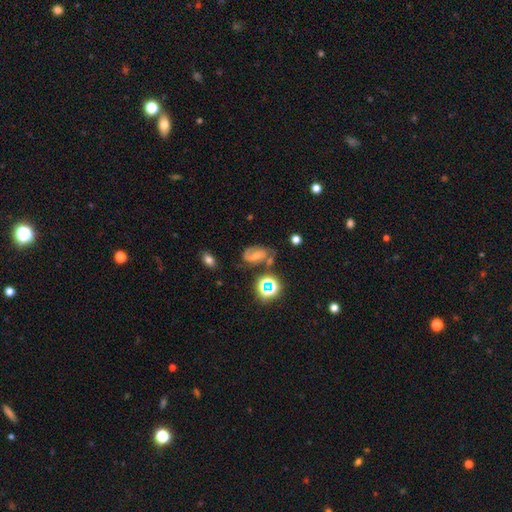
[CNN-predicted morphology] The model was most divided on "bar": weak: 45%, no: 34%, strong: 22%. Remaining: edge-on disk — no (97%); spiral arms — yes (89%); spiral arm count — 2 (75%); smooth or featured — featured or disk (60%); merging — none (56%); spiral winding — medium (51%); bulge size — small (41%).